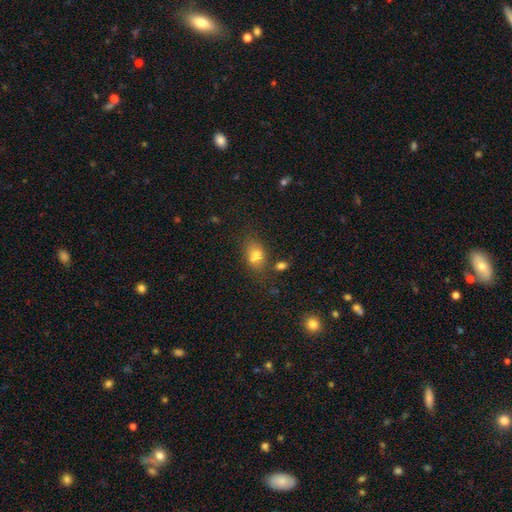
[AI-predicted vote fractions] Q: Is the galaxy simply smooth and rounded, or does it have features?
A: smooth — 72%.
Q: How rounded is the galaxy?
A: in between — 76%.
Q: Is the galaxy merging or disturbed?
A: none — 51%.